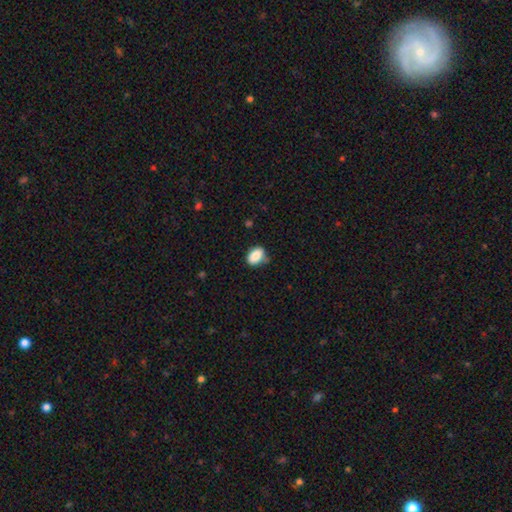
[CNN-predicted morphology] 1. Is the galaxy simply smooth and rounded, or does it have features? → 86% smooth, 8% star or artifact, 6% featured or disk.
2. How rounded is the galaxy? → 79% in between, 19% round, 2% cigar-shaped.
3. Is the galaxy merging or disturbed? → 65% none, 27% minor disturbance, 5% major disturbance, 3% merger.